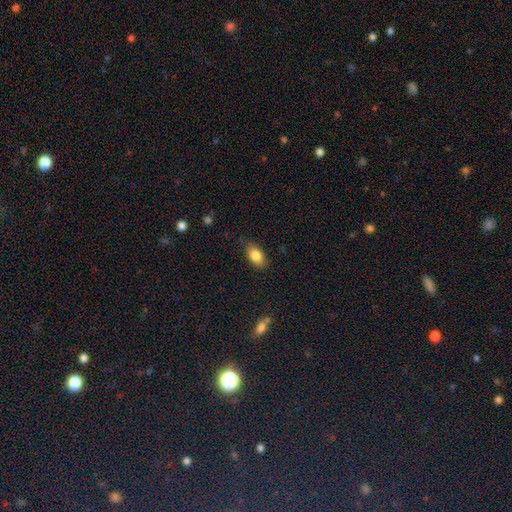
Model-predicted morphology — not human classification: type=smooth (84%); roundness=in between (88%); merging=none (79%).